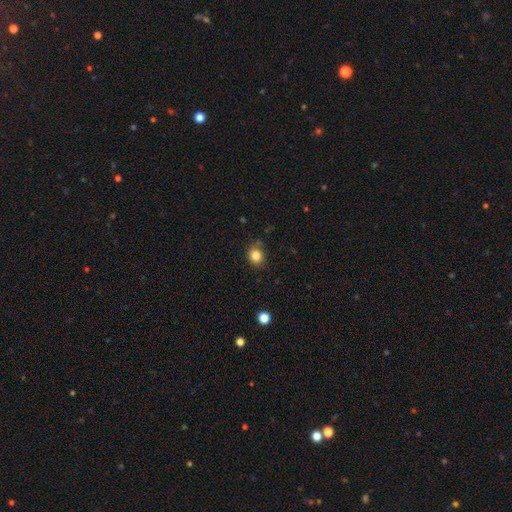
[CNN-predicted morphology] Smooth or featured?
  - smooth: 83% *
  - star or artifact: 11%
  - featured or disk: 6%
How rounded?
  - round: 72% *
  - in between: 27%
  - cigar-shaped: 1%
Merging?
  - none: 77% *
  - minor disturbance: 16%
  - major disturbance: 3%
  - merger: 3%